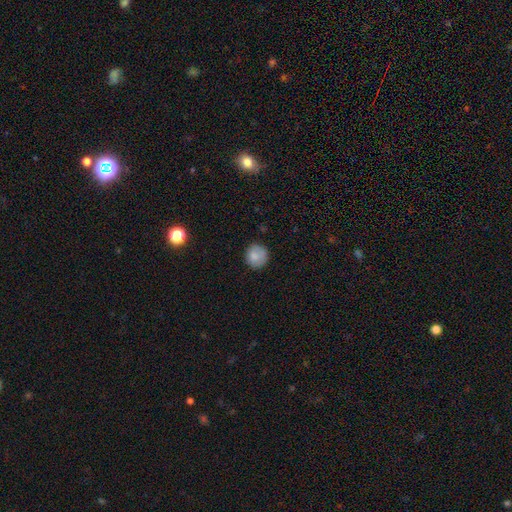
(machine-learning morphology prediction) Smooth or featured? smooth (83%)
How rounded? round (89%)
Merging? none (80%)